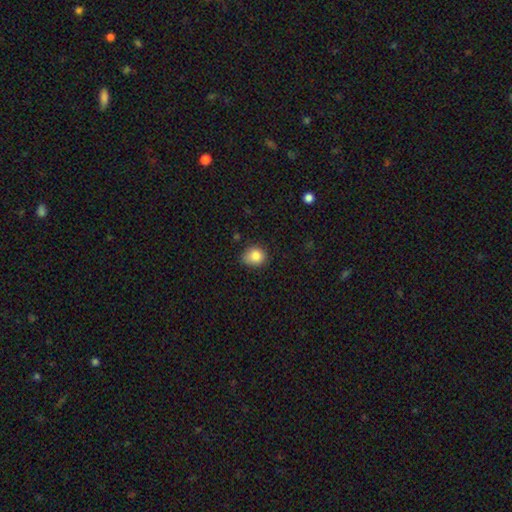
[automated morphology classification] A smooth galaxy with no disk features (83%) that is round (67%). Merging: none (65%).